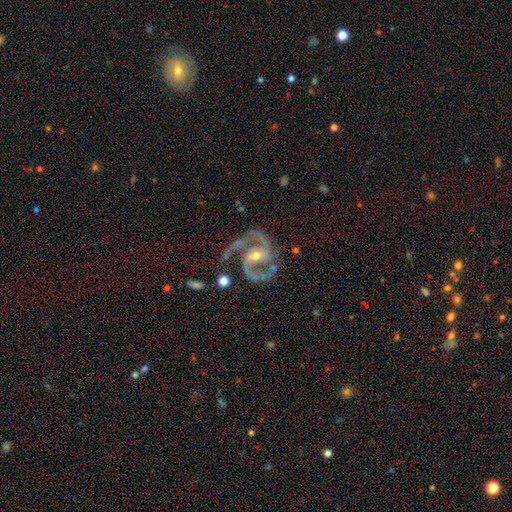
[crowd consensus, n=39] smooth-or-featured: featured or disk: 95% | smooth: 3% | star or artifact: 3%
  disk-edge-on: no: 100% | yes: 0%
    bar: weak: 51% | no: 30% | strong: 19%
    has-spiral-arms: yes: 97% | no: 3%
      spiral-winding: medium: 81% | tight: 14% | loose: 6%
      spiral-arm-count: 2: 75% | 3: 25% | 1: 0% | 4: 0% | more than 4: 0% | can't tell: 0%
    bulge-size: moderate: 54% | small: 43% | none: 3% | dominant: 0% | large: 0%
  merging: none: 55% | minor disturbance: 21% | major disturbance: 16% | merger: 8%